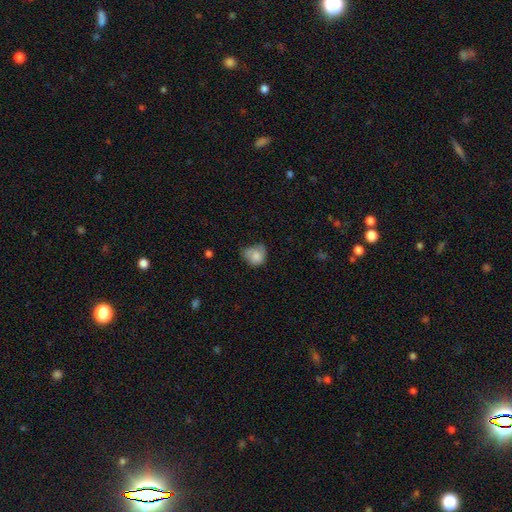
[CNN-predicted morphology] smooth-or-featured: smooth: 77% | featured or disk: 15% | star or artifact: 9%
  how-rounded: round: 63% | in between: 36% | cigar-shaped: 1%
  merging: minor disturbance: 42% | none: 35% | major disturbance: 18% | merger: 4%